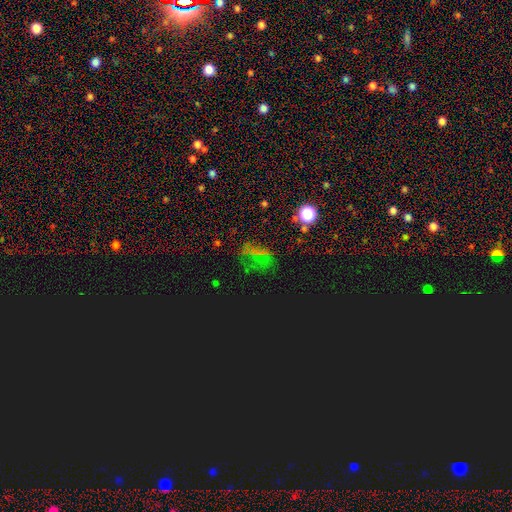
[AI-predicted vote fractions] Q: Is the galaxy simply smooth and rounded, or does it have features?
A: star or artifact — 53%.